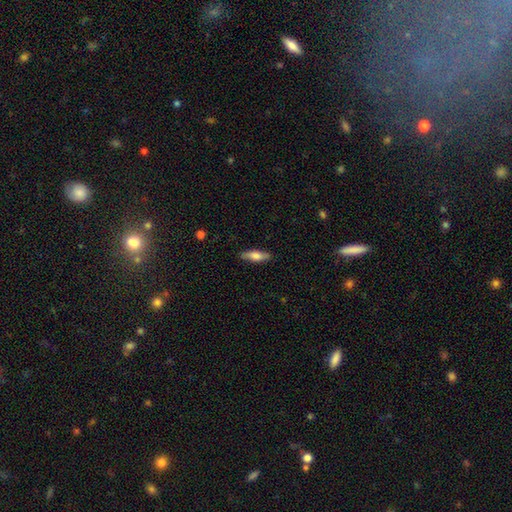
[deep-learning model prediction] smooth 70%, featured or disk 24%, star or artifact 6%. Down the decision tree: how rounded — cigar-shaped (52%); merging — none (85%).